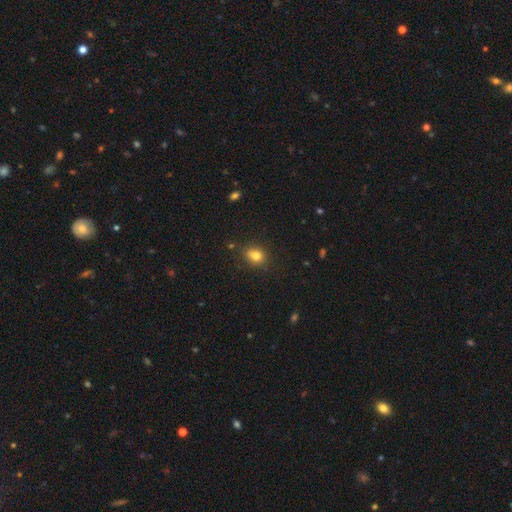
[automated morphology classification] type=smooth (81%); roundness=in between (52%); merging=none (78%).